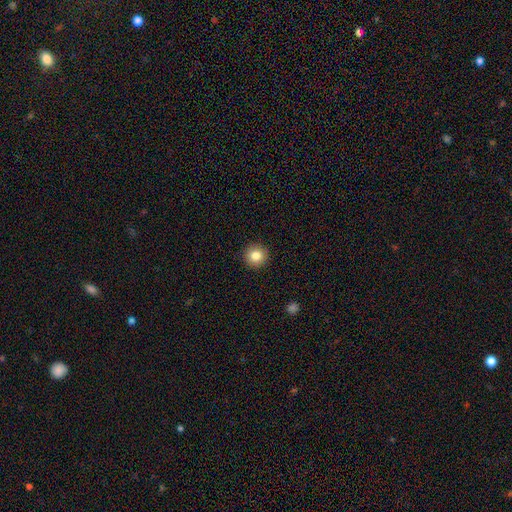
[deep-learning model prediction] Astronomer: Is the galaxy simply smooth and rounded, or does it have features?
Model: smooth — 83%.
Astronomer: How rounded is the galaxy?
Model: round — 95%.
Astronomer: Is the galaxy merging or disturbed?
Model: none — 93%.